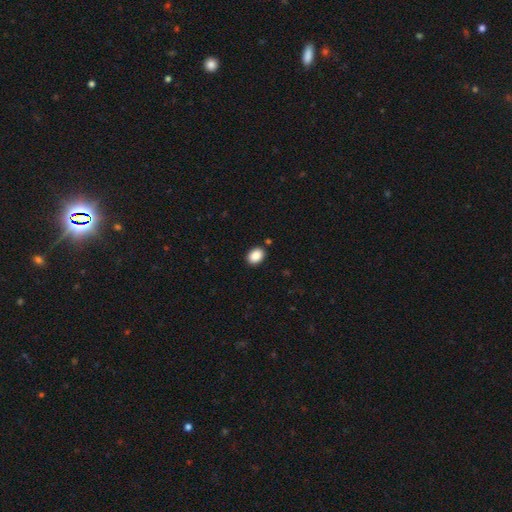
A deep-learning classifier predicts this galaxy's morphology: The model was most divided on "how rounded": in between: 72%, round: 27%, cigar-shaped: 1%. More confident: smooth or featured — smooth (89%); merging — none (88%).